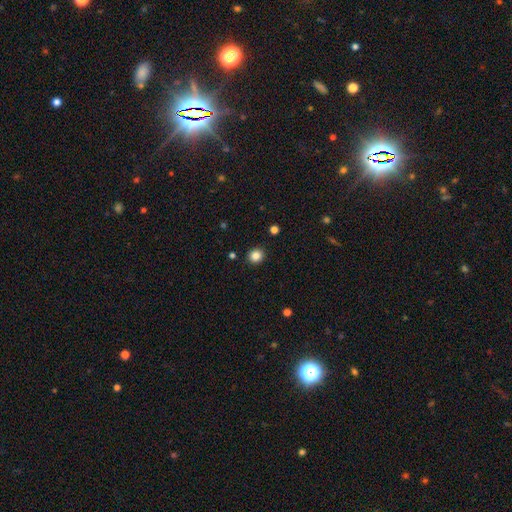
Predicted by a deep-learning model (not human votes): Smooth or featured: smooth — 85% (star or artifact — 11%)
How rounded: round — 86% (in between — 13%)
Merging: none — 91% (minor disturbance — 6%)